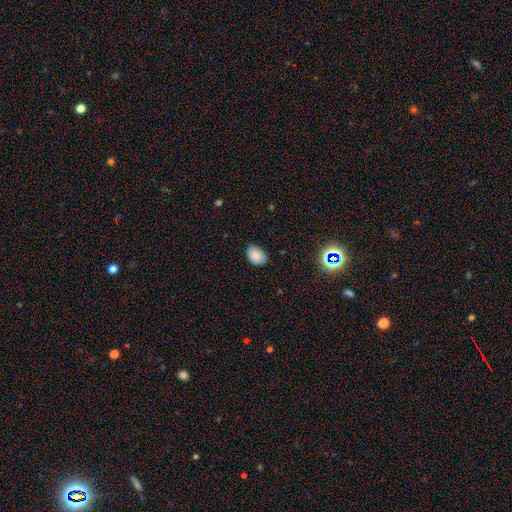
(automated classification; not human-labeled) Smooth or featured?
  - smooth: 82% *
  - star or artifact: 10%
  - featured or disk: 7%
How rounded?
  - in between: 78% *
  - round: 21%
  - cigar-shaped: 1%
Merging?
  - none: 77% *
  - minor disturbance: 19%
  - major disturbance: 3%
  - merger: 1%